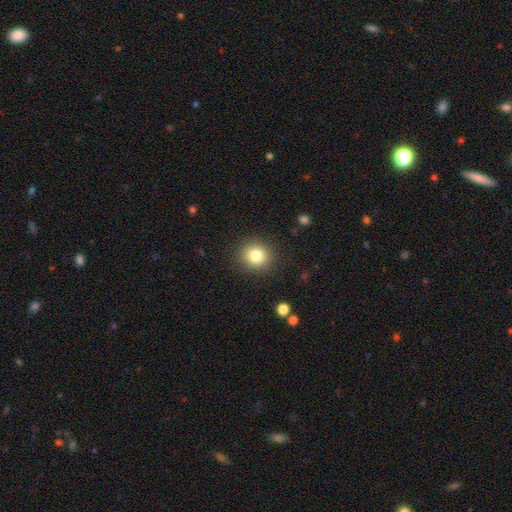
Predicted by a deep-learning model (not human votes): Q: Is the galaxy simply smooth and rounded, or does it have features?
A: smooth — 81%.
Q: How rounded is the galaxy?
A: round — 85%.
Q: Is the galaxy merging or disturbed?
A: none — 89%.